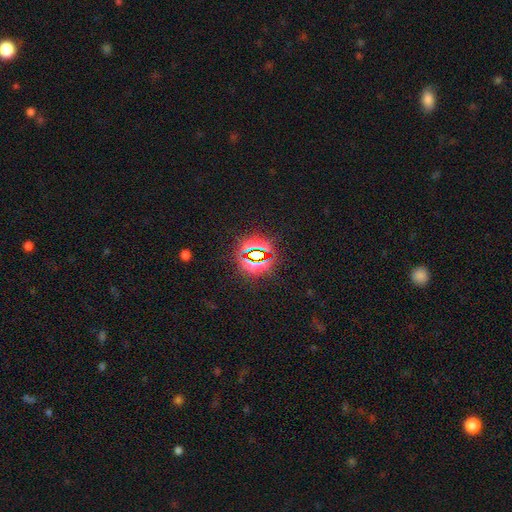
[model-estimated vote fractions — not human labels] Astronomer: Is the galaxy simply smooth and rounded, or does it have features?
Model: star or artifact — 76%.